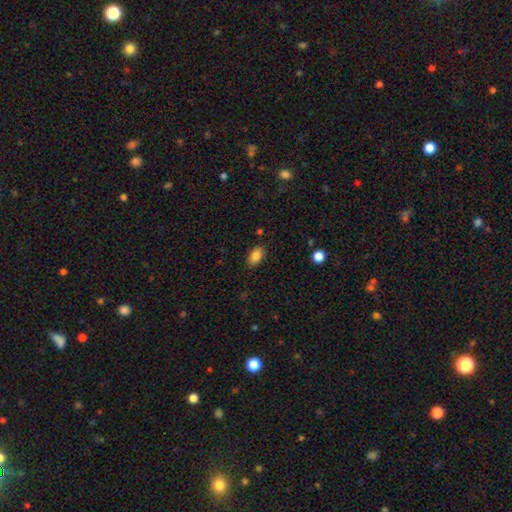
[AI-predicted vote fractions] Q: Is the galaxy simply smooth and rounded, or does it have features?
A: smooth — 85%.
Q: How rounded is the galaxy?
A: in between — 87%.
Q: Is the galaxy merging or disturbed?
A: none — 85%.